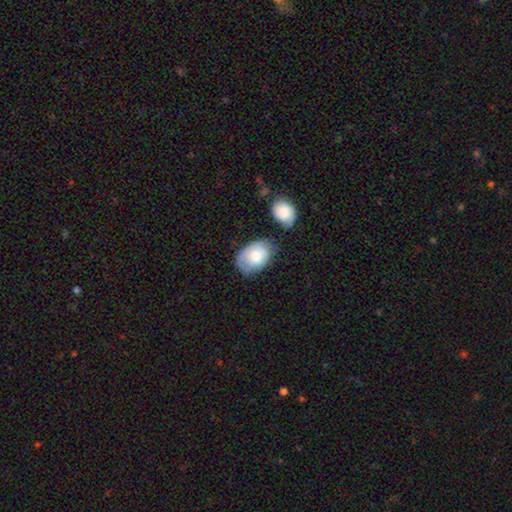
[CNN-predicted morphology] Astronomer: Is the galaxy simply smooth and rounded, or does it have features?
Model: smooth — 68%.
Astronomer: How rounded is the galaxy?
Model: in between — 80%.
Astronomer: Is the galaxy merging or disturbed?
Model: none — 48% (runner-up: minor disturbance, 30%).